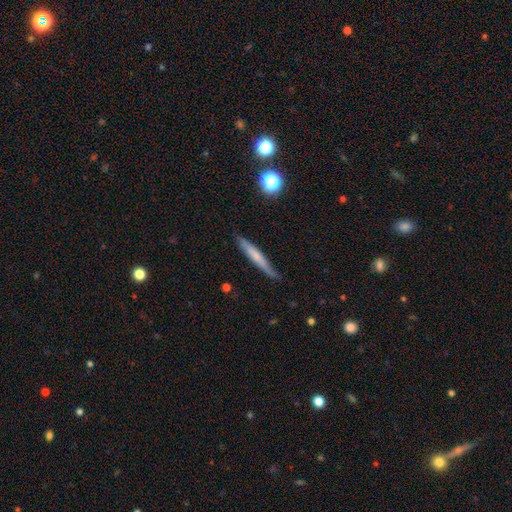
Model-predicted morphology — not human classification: Q: Smooth or featured?
A: smooth (56%); runner-up: featured or disk (37%)
Q: How rounded?
A: cigar-shaped (94%); runner-up: in between (4%)
Q: Merging?
A: none (82%); runner-up: minor disturbance (14%)